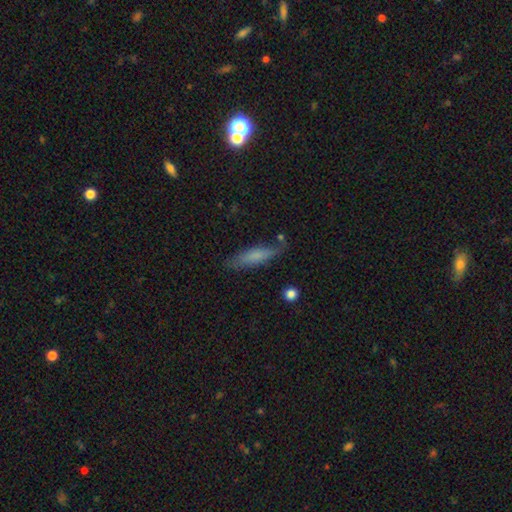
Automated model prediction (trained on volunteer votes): Smooth or featured? smooth (71%)
How rounded? cigar-shaped (70%)
Merging? none (72%)